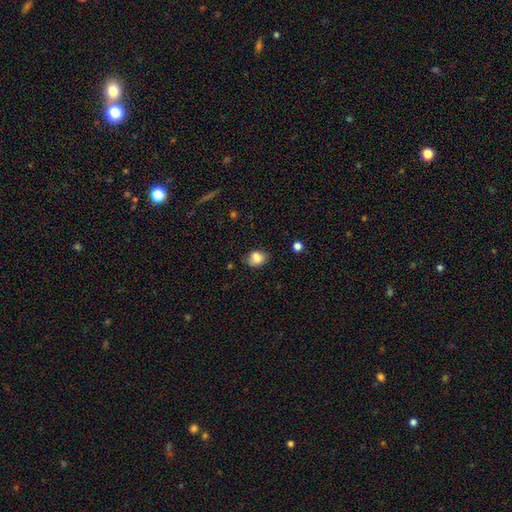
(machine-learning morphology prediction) smooth 83%, star or artifact 10%, featured or disk 7%. Down the decision tree: how rounded — in between (58%); merging — none (69%).